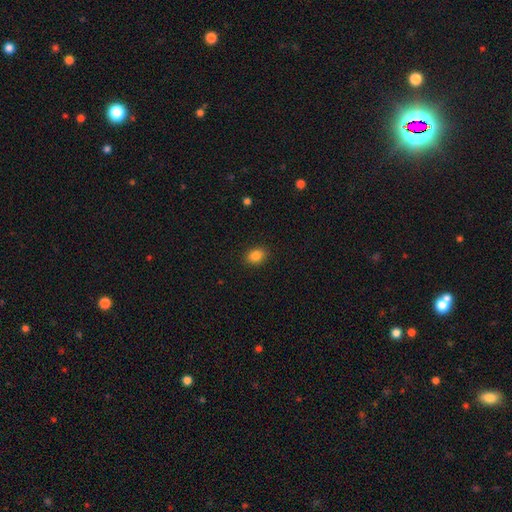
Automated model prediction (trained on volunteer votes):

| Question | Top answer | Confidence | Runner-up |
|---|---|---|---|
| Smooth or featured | smooth | 85% | star or artifact (10%) |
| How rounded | in between | 62% | round (37%) |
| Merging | none | 89% | minor disturbance (8%) |